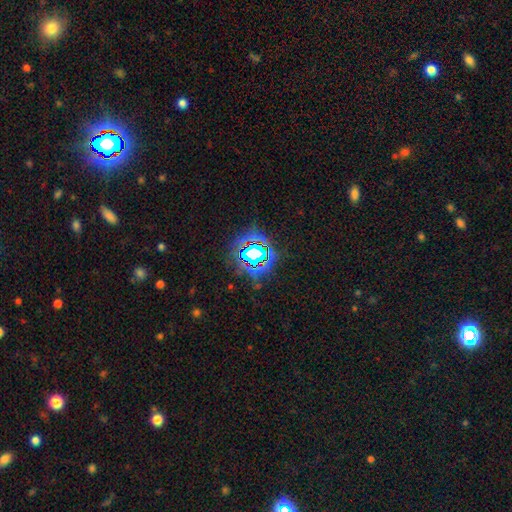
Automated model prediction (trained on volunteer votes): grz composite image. It shows a star or artifact, not a galaxy (69%).